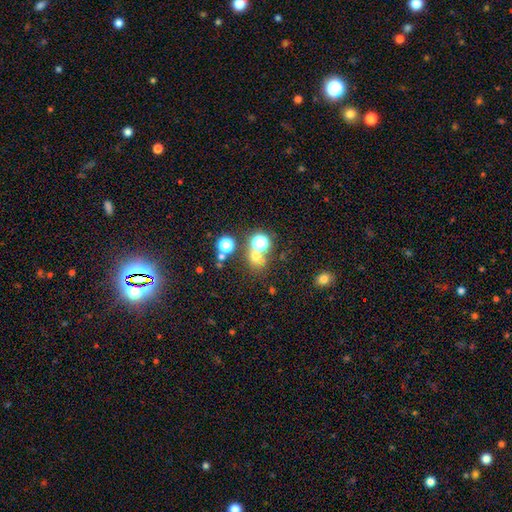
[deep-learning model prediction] This appears to be a smooth galaxy with no disk features (58%) that is round (80%). Merging: none (60%).